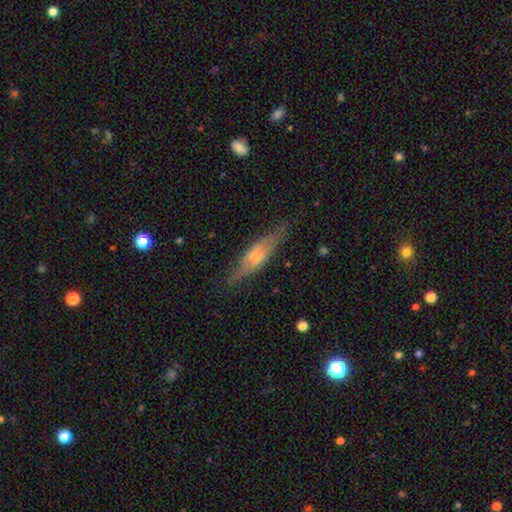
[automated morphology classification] The model was most divided on "smooth or featured": featured or disk: 55%, smooth: 38%, star or artifact: 7%. More confident: edge-on disk — yes (89%); merging — none (78%).